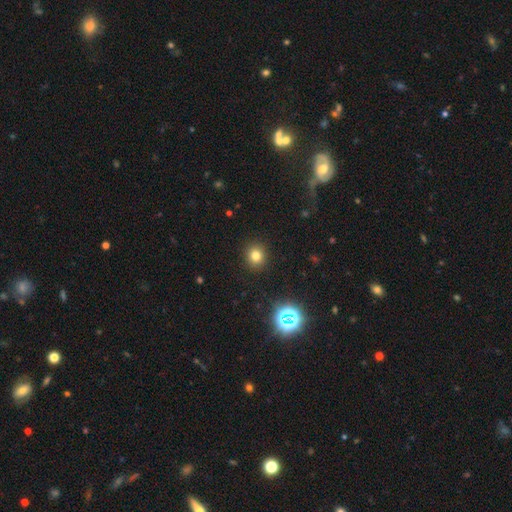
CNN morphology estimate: Q: Smooth or featured?
A: smooth (77%); runner-up: star or artifact (16%)
Q: How rounded?
A: round (84%); runner-up: in between (15%)
Q: Merging?
A: none (91%); runner-up: minor disturbance (6%)